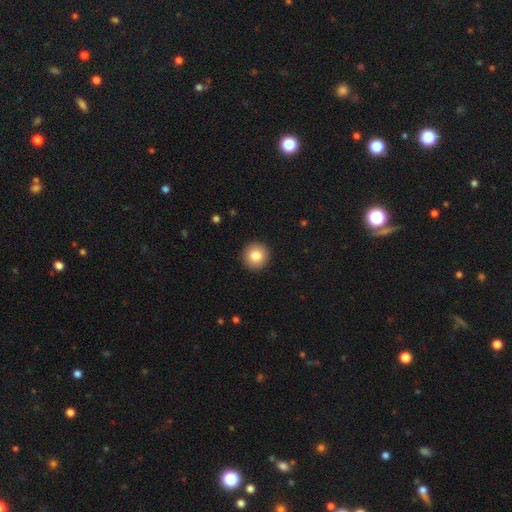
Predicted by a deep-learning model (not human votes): The model was most divided on "smooth or featured": smooth: 83%, star or artifact: 9%, featured or disk: 8%. More confident: how rounded — round (95%); merging — none (93%).